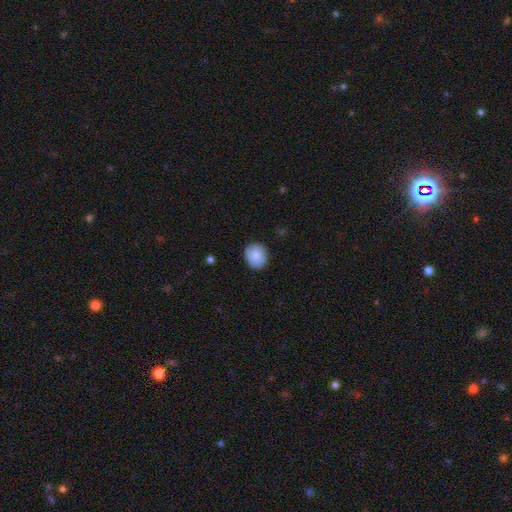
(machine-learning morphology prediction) Q: Smooth or featured?
A: smooth (84%); runner-up: featured or disk (9%)
Q: How rounded?
A: round (71%); runner-up: in between (28%)
Q: Merging?
A: none (85%); runner-up: minor disturbance (11%)